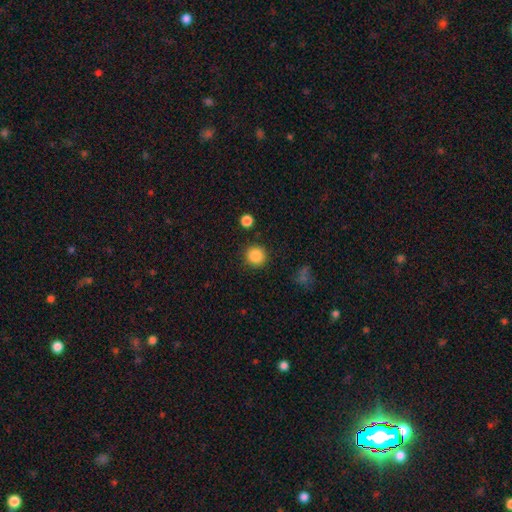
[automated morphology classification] Overall: smooth (87%). How rounded: round (95%). Merging: none (90%).